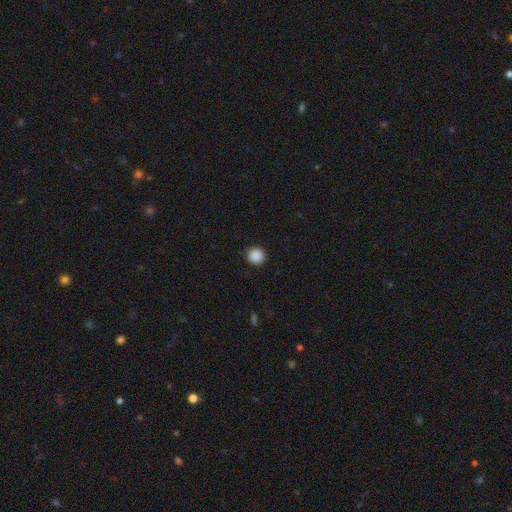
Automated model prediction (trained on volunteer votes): Q: Smooth or featured?
A: smooth (88%); runner-up: star or artifact (9%)
Q: How rounded?
A: round (95%); runner-up: in between (4%)
Q: Merging?
A: none (92%); runner-up: minor disturbance (5%)